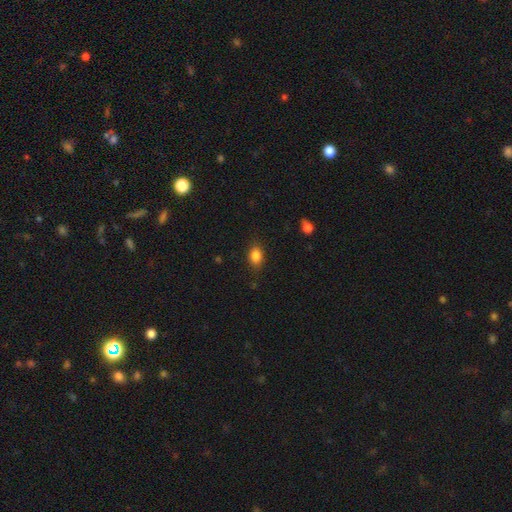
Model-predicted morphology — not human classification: This appears to be a smooth galaxy with no disk features (85%) that is in between round and cigar-shaped (76%). Merging: none (82%).